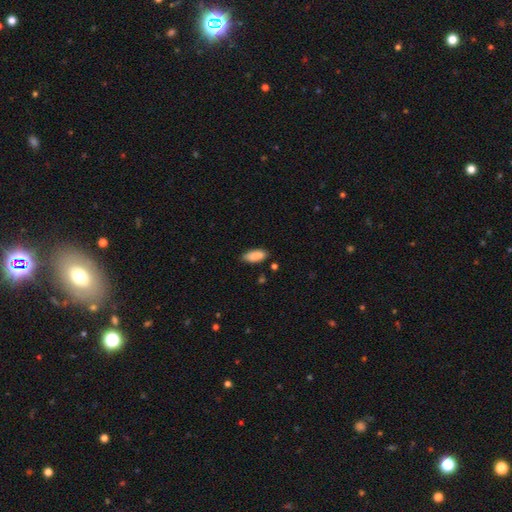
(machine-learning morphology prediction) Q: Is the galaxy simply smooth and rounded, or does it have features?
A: smooth — 88%.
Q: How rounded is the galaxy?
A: in between — 86%.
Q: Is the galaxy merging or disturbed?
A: none — 80%.